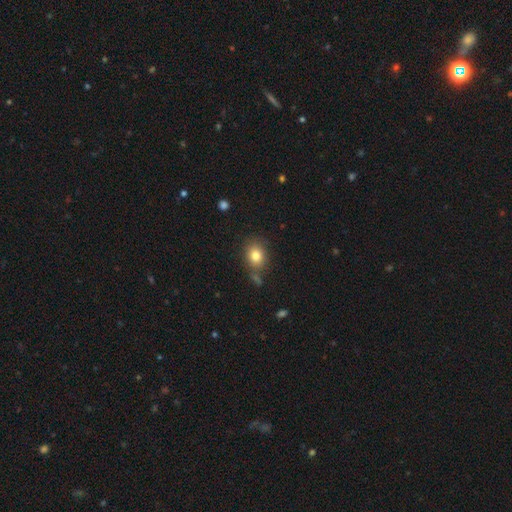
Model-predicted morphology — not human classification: smooth_or_featured: smooth (p=0.81) [alt: star or artifact p=0.11]
how_rounded: round (p=0.50) [alt: in between p=0.49]
merging: none (p=0.74) [alt: minor disturbance p=0.15]